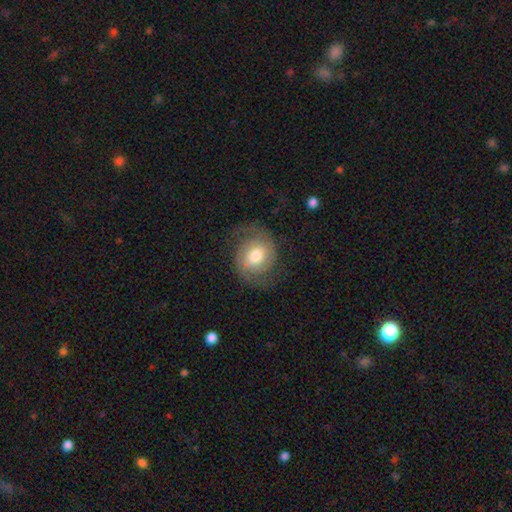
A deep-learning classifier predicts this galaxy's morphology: A featured or disk galaxy (71%) with no bar (51%), 2 (89%) medium (47%) spiral arms (92%) and a moderate central bulge (67%).

Vote fractions:
- Smooth or featured? featured or disk: 71% / smooth: 22% / star or artifact: 7%
- Edge-on disk? no: 98% / yes: 2%
- Bar? no: 51% / weak: 38% / strong: 11%
- Spiral arms? yes: 92% / no: 8%
- Spiral winding? medium: 47% / tight: 28% / loose: 25%
- Spiral arm count? 2: 89% / can't tell: 5% / 1: 2% / 3: 2% / 4: 1% / more than 4: 1%
- Bulge size? moderate: 67% / large: 16% / small: 13% / dominant: 2% / none: 2%
- Merging? none: 72% / minor disturbance: 16% / major disturbance: 11% / merger: 1%